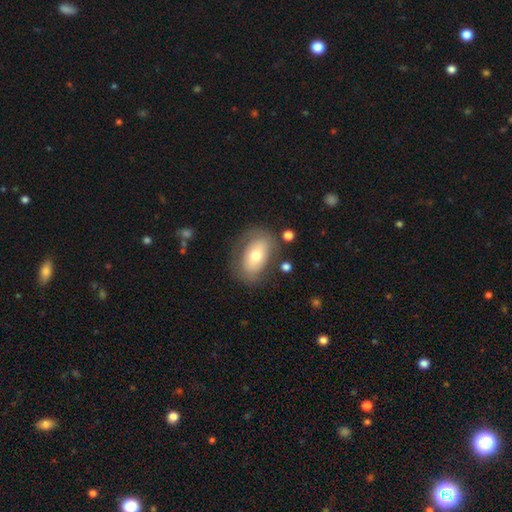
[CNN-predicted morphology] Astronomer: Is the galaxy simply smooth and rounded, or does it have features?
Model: smooth — 64%.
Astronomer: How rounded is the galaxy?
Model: in between — 89%.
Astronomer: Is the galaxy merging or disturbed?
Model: none — 72%.